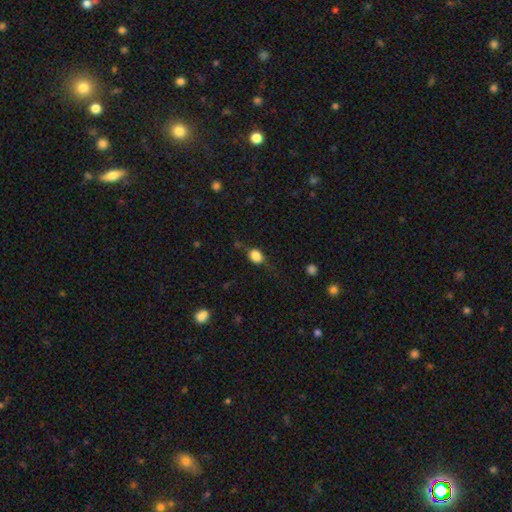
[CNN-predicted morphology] type=smooth (82%); roundness=in between (53%); merging=none (64%).